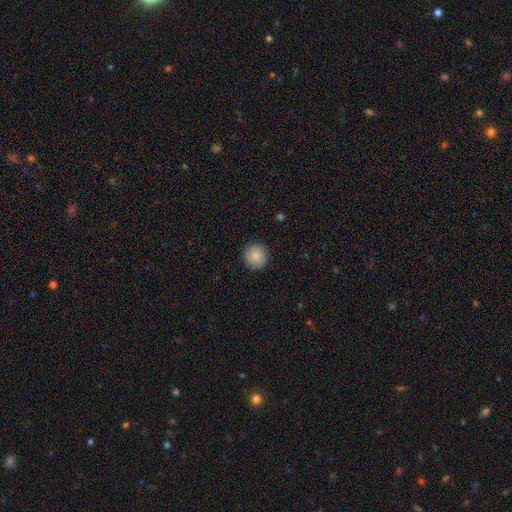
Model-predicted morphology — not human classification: A smooth galaxy with no disk features (87%) that is round (94%). Merging: none (91%).